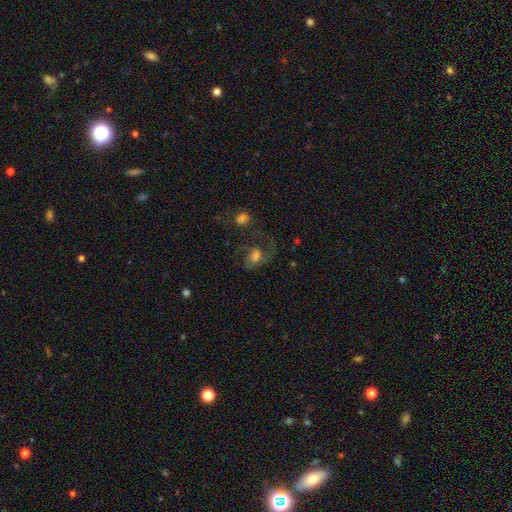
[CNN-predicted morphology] The model was most divided on "merging": major disturbance: 39%, none: 36%, minor disturbance: 17%, merger: 8%. Remaining: edge-on disk — no (97%); spiral arms — yes (83%); smooth or featured — featured or disk (59%); bar — no (59%); bulge size — moderate (47%).